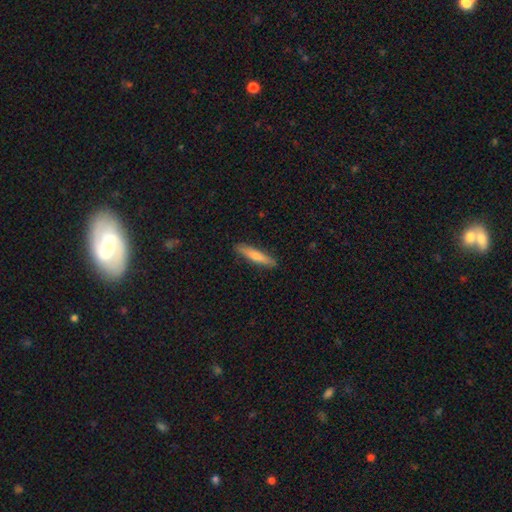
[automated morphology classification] A smooth galaxy with no disk features (58%) that is cigar-shaped (89%).

Vote fractions:
- Smooth or featured? smooth: 58% / featured or disk: 36% / star or artifact: 7%
- How rounded? cigar-shaped: 89% / in between: 9% / round: 2%
- Merging? none: 90% / minor disturbance: 8% / major disturbance: 2% / merger: 1%